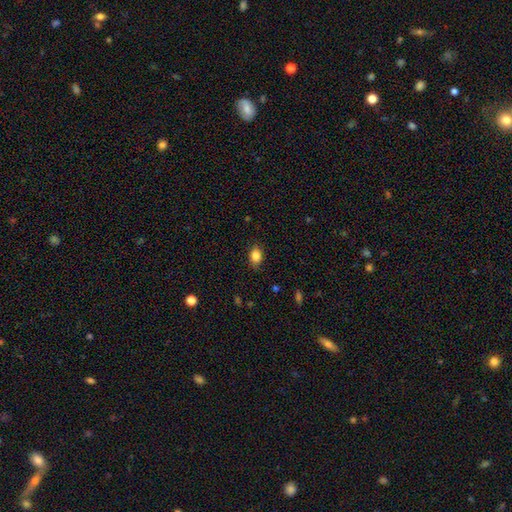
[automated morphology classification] The model was most divided on "how rounded": in between: 71%, round: 27%, cigar-shaped: 1%. More confident: smooth or featured — smooth (85%); merging — none (85%).